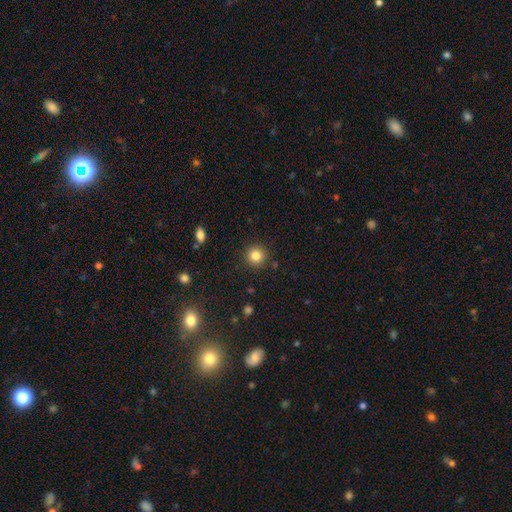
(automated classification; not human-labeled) The model was most divided on "smooth or featured": smooth: 84%, star or artifact: 11%, featured or disk: 5%. More confident: how rounded — round (93%); merging — none (90%).